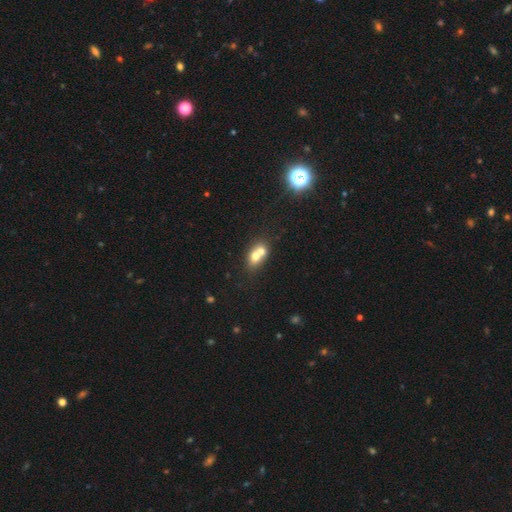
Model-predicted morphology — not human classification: smooth_or_featured: smooth (p=0.66) [alt: featured or disk p=0.23]
how_rounded: in between (p=0.57) [alt: round p=0.41]
merging: merger (p=0.65) [alt: none p=0.25]